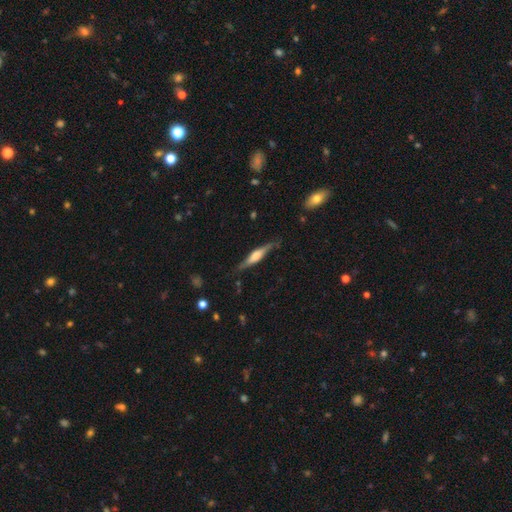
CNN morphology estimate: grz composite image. It shows a featured or disk galaxy (62%) viewed edge-on (95%) with a rounded central bulge (56%). Merging: none (78%).